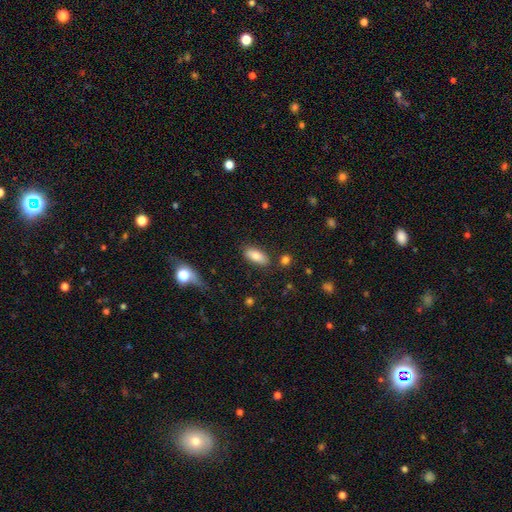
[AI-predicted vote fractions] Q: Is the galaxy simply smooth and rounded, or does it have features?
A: smooth — 83%.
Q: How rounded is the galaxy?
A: in between — 84%.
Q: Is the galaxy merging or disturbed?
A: none — 81%.